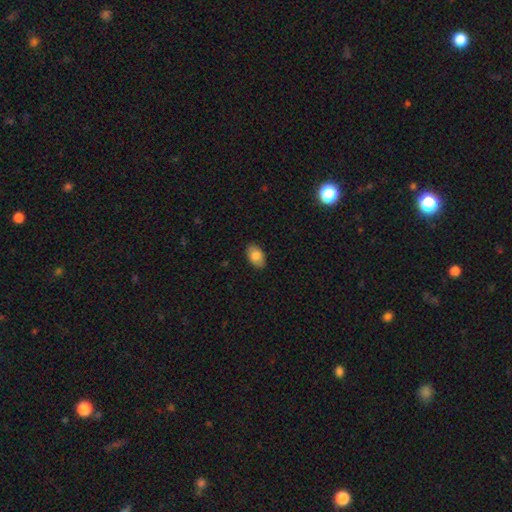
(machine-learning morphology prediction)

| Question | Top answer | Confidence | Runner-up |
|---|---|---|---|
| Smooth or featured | smooth | 84% | featured or disk (9%) |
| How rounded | in between | 92% | round (7%) |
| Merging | none | 87% | minor disturbance (10%) |